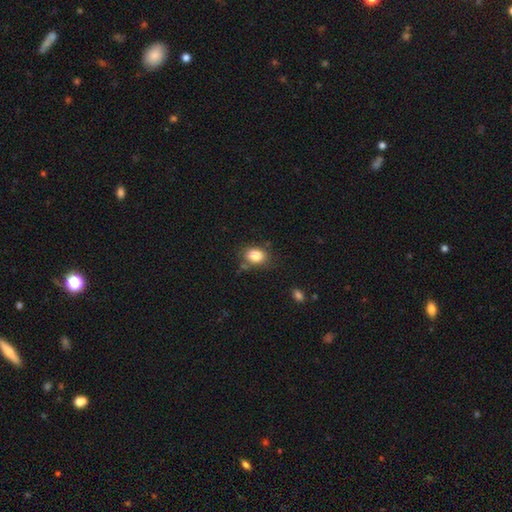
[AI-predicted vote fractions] Smooth or featured: smooth — 83% (star or artifact — 9%)
How rounded: in between — 63% (round — 36%)
Merging: none — 75% (minor disturbance — 16%)